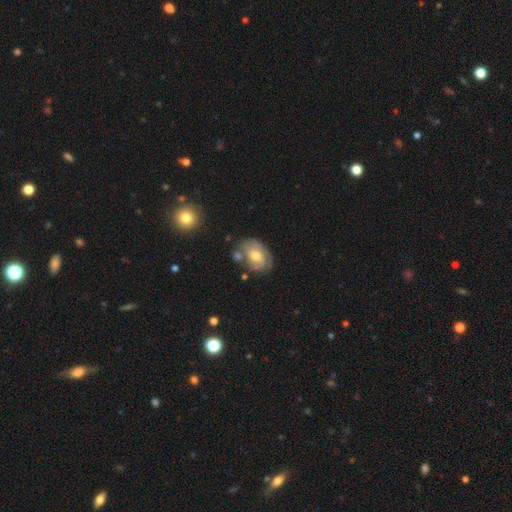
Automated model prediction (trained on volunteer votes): Smooth or featured? featured or disk (54%)
Edge-on disk? no (95%)
Bar? no (68%)
Spiral arms? yes (74%)
Bulge size? moderate (71%)
Merging? none (55%)